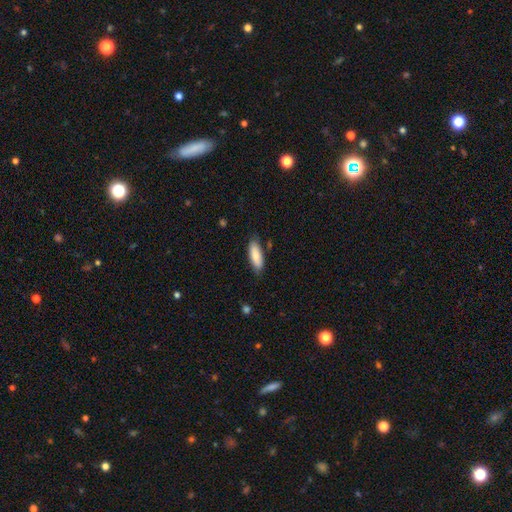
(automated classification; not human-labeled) Smooth or featured?
  - smooth: 79% *
  - featured or disk: 15%
  - star or artifact: 6%
How rounded?
  - in between: 65% *
  - cigar-shaped: 34%
  - round: 2%
Merging?
  - none: 80% *
  - minor disturbance: 16%
  - major disturbance: 3%
  - merger: 2%